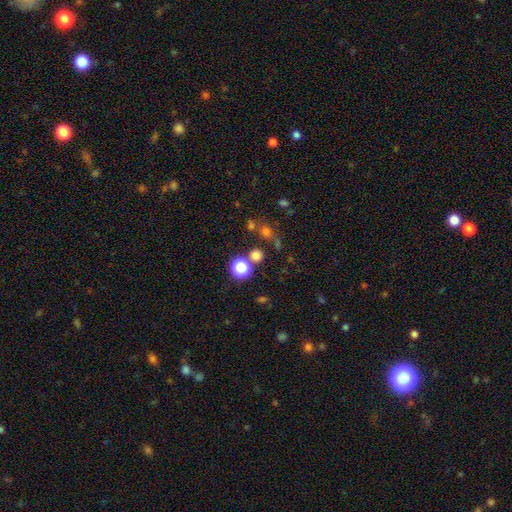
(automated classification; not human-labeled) The model was most divided on "smooth or featured": smooth: 67%, star or artifact: 26%, featured or disk: 7%. More confident: how rounded — round (89%); merging — none (71%).